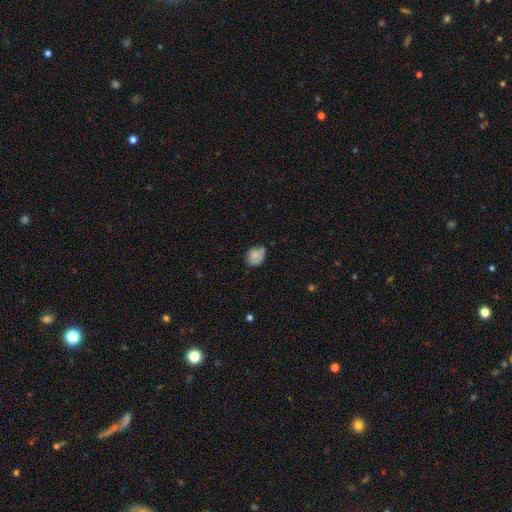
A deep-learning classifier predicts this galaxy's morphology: Smooth or featured? Predicted: smooth (p=0.66). How rounded? Predicted: in between (p=0.52). Merging? Predicted: none (p=0.57).